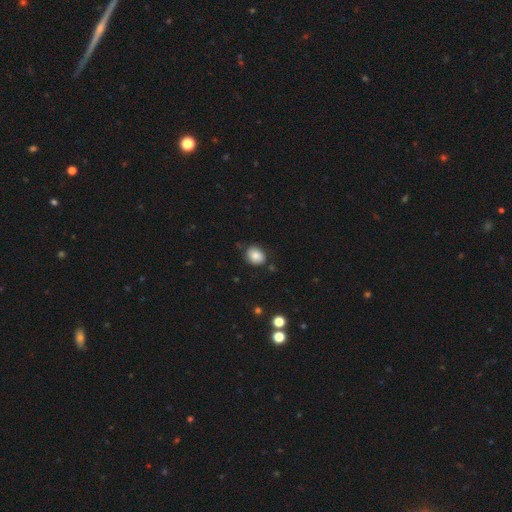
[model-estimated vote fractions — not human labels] This appears to be a smooth galaxy with no disk features (84%) that is round (56%). Merging: none (78%).